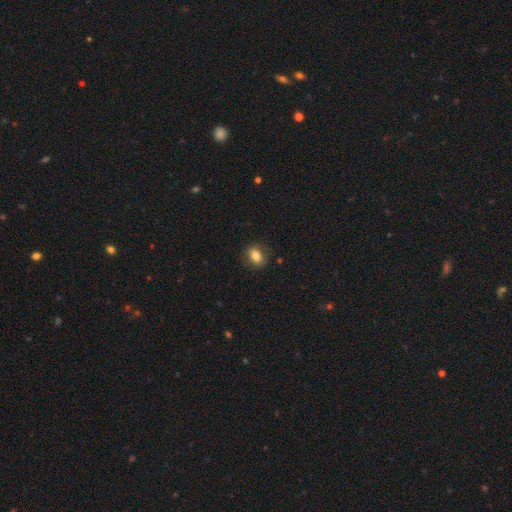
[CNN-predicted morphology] smooth 79%, featured or disk 12%, star or artifact 9%. Down the decision tree: how rounded — in between (65%); merging — none (82%).